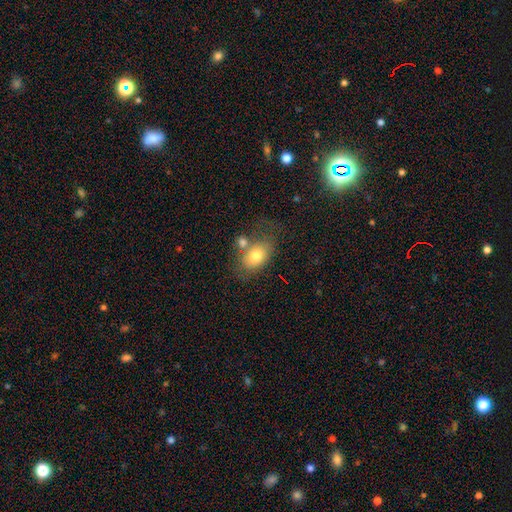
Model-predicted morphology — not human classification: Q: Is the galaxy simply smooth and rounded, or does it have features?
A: smooth — 74%.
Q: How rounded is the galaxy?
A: in between — 79%.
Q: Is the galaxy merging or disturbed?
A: none — 47%.